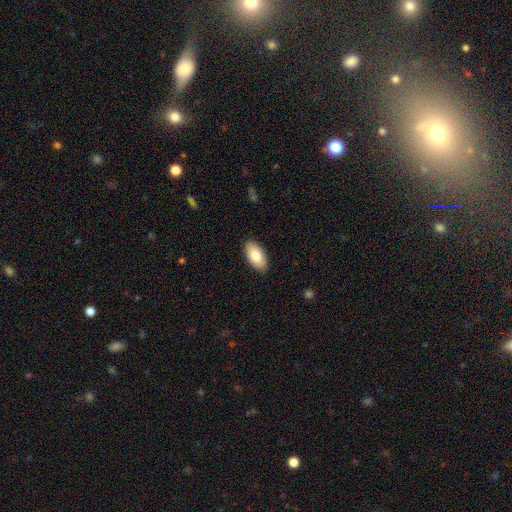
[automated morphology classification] Smooth or featured? smooth (85%)
How rounded? in between (95%)
Merging? none (89%)